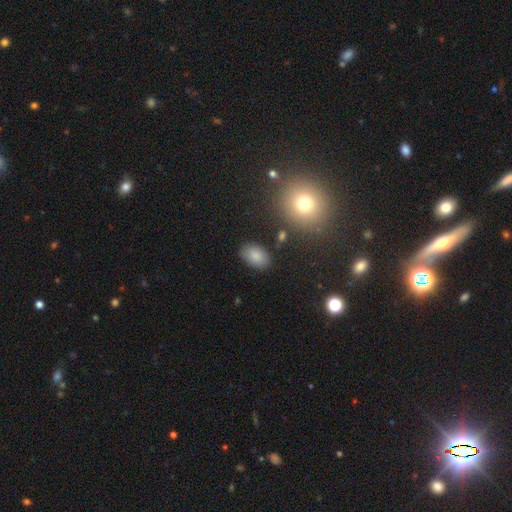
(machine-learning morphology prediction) Smooth or featured: smooth — 83% (star or artifact — 10%)
How rounded: in between — 90% (round — 9%)
Merging: none — 83% (minor disturbance — 11%)